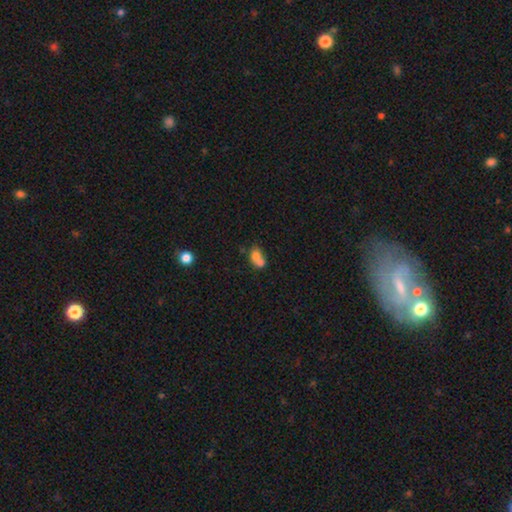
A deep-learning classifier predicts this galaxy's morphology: Smooth or featured? smooth (71%)
How rounded? in between (60%)
Merging? merger (63%)